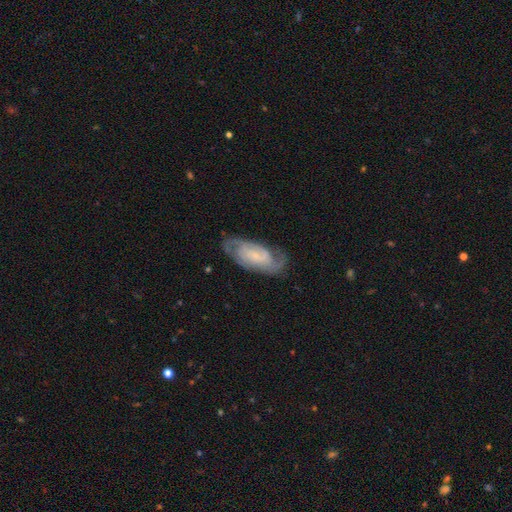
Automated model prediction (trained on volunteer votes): featured or disk 78%, smooth 16%, star or artifact 6%. Down the decision tree: edge-on disk — no (94%); bar — no (44%); spiral arms — yes (95%); spiral arm count — 2 (64%); spiral winding — tight (49%); bulge size — small (55%); merging — none (73%).